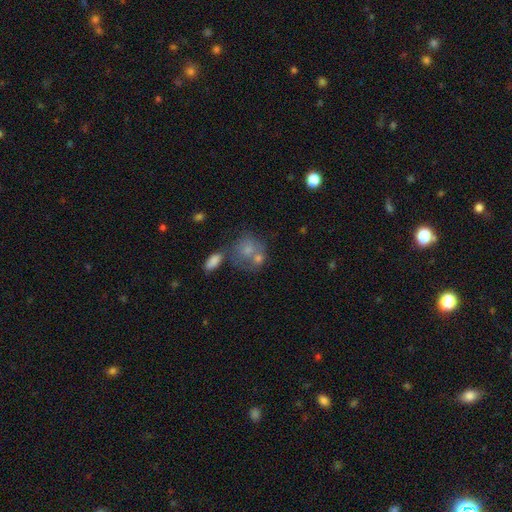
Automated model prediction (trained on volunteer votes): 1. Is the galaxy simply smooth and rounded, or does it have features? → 68% smooth, 23% featured or disk, 10% star or artifact.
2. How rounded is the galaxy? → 65% round, 34% in between, 1% cigar-shaped.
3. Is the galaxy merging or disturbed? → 43% merger, 34% none, 14% minor disturbance, 9% major disturbance.